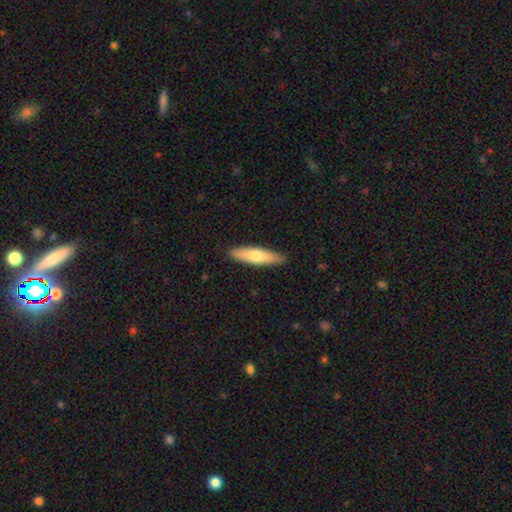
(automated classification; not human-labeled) Smooth or featured?
  - smooth: 65% *
  - featured or disk: 30%
  - star or artifact: 5%
How rounded?
  - cigar-shaped: 78% *
  - in between: 21%
  - round: 2%
Merging?
  - none: 88% *
  - minor disturbance: 9%
  - major disturbance: 2%
  - merger: 1%